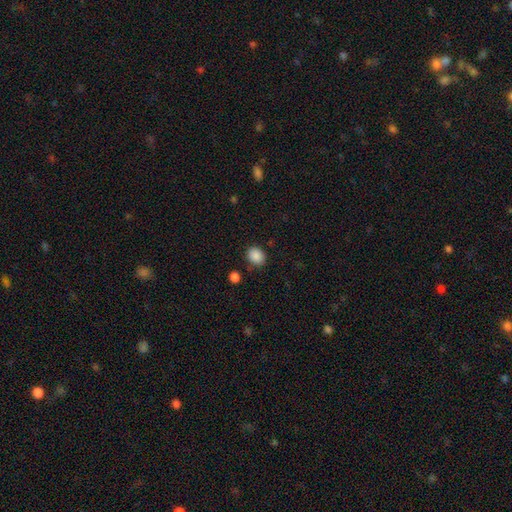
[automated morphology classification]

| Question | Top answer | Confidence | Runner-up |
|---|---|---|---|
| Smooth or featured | smooth | 88% | star or artifact (9%) |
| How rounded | round | 55% | in between (44%) |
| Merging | none | 83% | minor disturbance (11%) |